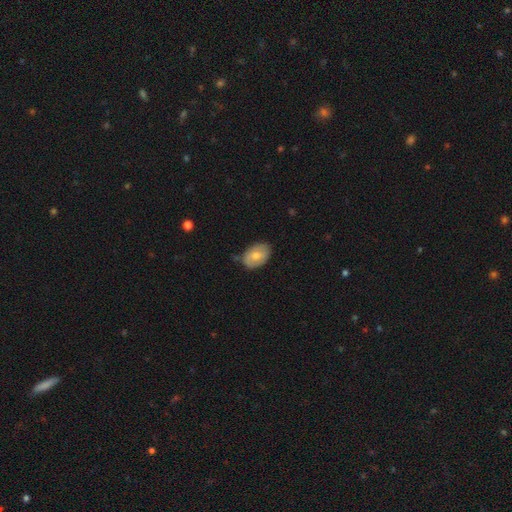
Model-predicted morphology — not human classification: type=smooth (69%); roundness=in between (87%); merging=none (77%).